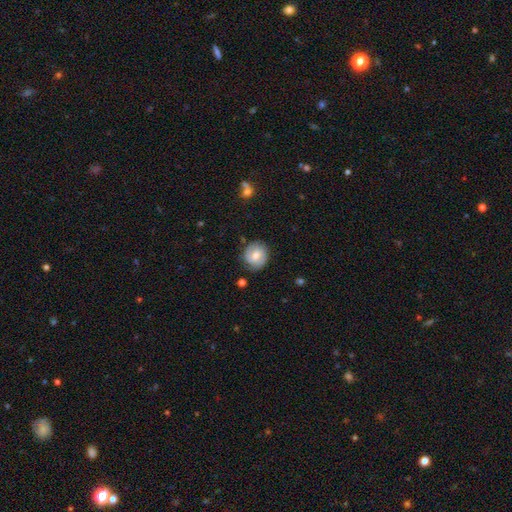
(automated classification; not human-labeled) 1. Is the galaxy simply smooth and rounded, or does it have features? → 53% smooth, 40% featured or disk, 8% star or artifact.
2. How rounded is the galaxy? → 81% round, 18% in between, 1% cigar-shaped.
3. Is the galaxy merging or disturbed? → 79% none, 16% minor disturbance, 4% major disturbance, 2% merger.